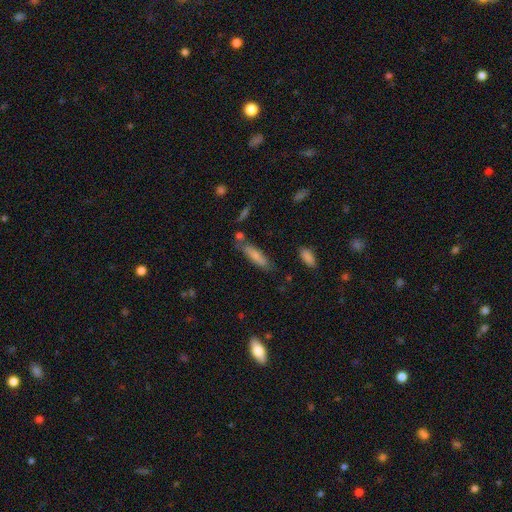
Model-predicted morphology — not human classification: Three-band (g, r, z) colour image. It shows a smooth galaxy with no disk features (74%) that is cigar-shaped (66%). Merging: none (66%).